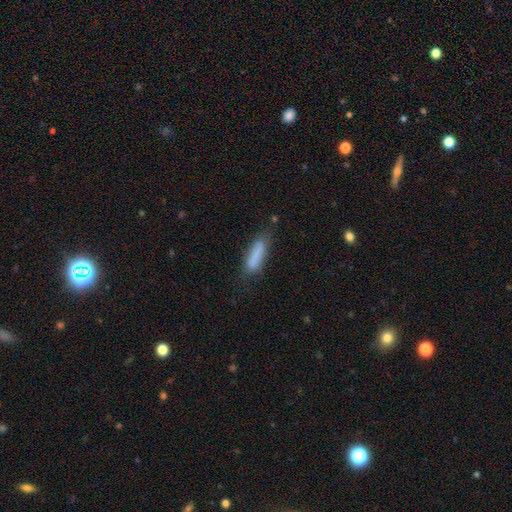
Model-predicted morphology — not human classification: smooth-or-featured: smooth: 81% | featured or disk: 11% | star or artifact: 7%
  how-rounded: cigar-shaped: 69% | in between: 30% | round: 2%
  merging: none: 68% | minor disturbance: 22% | major disturbance: 7% | merger: 3%